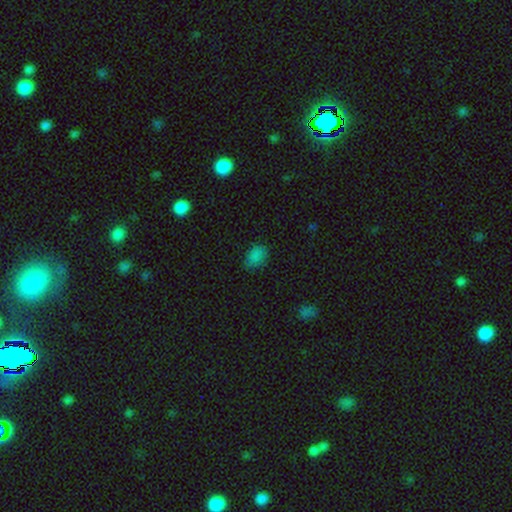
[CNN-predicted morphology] A smooth galaxy with no disk features (81%) that is in between round and cigar-shaped (79%). Merging: none (70%).